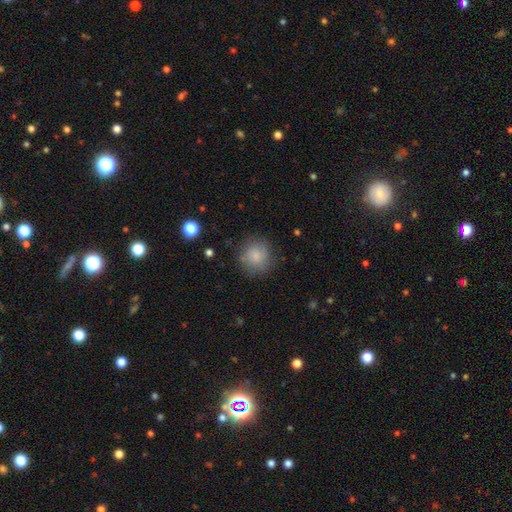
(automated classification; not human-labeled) This appears to be a smooth galaxy with no disk features (82%) that is round (90%). Merging: none (80%).